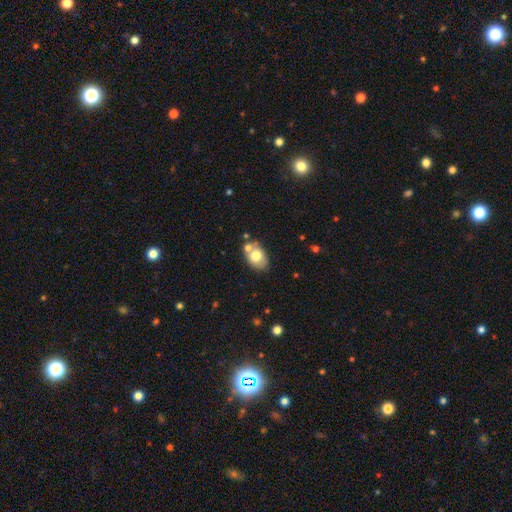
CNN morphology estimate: This appears to be a smooth galaxy with no disk features (69%) that is in between round and cigar-shaped (75%). Merging: none (58%).